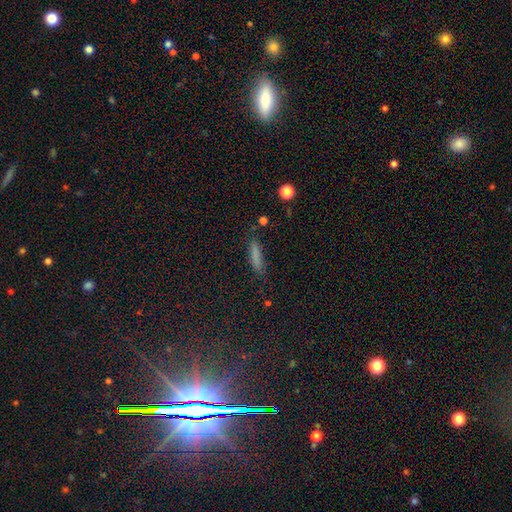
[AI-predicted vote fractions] Smooth or featured: smooth — 76% (star or artifact — 12%)
How rounded: cigar-shaped — 82% (in between — 16%)
Merging: none — 77% (minor disturbance — 16%)